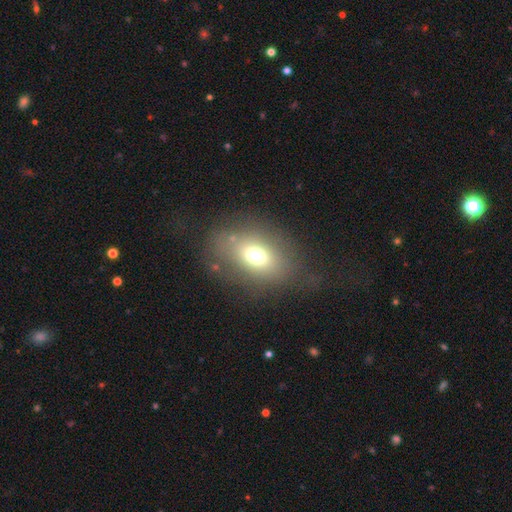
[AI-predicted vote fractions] smooth-or-featured: smooth: 67% | featured or disk: 17% | star or artifact: 16%
  how-rounded: in between: 67% | round: 31% | cigar-shaped: 2%
  merging: none: 73% | minor disturbance: 14% | major disturbance: 11% | merger: 2%